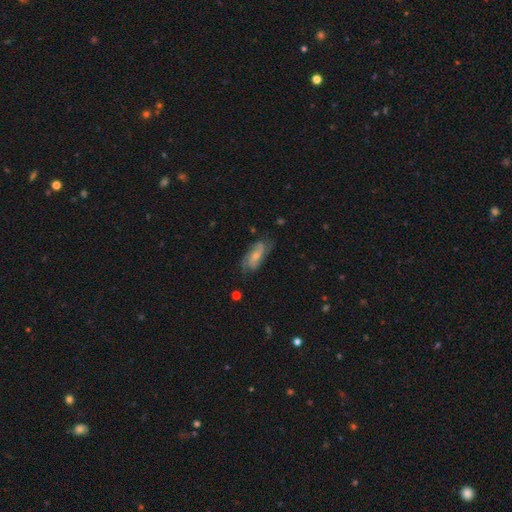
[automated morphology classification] smooth-or-featured: featured or disk: 64% | smooth: 29% | star or artifact: 7%
  disk-edge-on: no: 91% | yes: 9%
    bar: no: 63% | weak: 29% | strong: 7%
    has-spiral-arms: yes: 89% | no: 11%
      spiral-winding: medium: 44% | tight: 30% | loose: 27%
      spiral-arm-count: 2: 49% | can't tell: 23% | 3: 16% | 4: 5% | 1: 4% | more than 4: 3%
    bulge-size: small: 54% | moderate: 37% | none: 5% | large: 3% | dominant: 1%
  merging: none: 66% | minor disturbance: 23% | major disturbance: 9% | merger: 2%